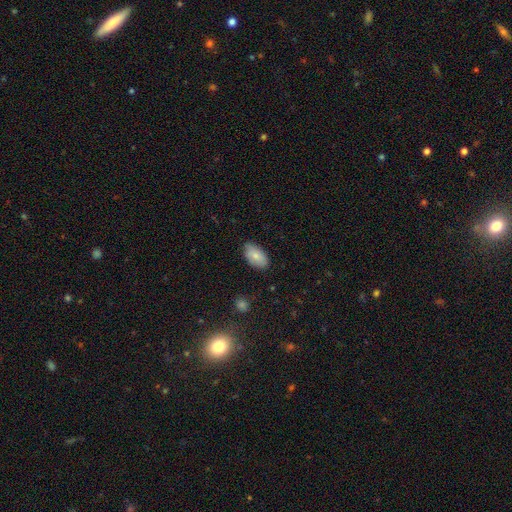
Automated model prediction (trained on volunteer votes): Smooth or featured? smooth (78%)
How rounded? in between (94%)
Merging? none (78%)